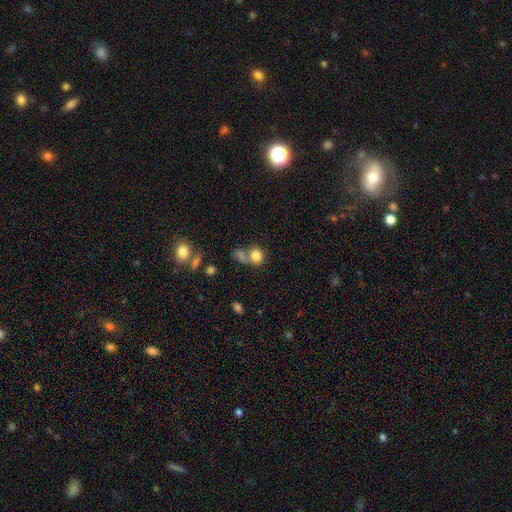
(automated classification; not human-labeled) Q: Smooth or featured?
A: smooth (81%); runner-up: star or artifact (11%)
Q: How rounded?
A: round (68%); runner-up: in between (30%)
Q: Merging?
A: none (46%); runner-up: merger (35%)